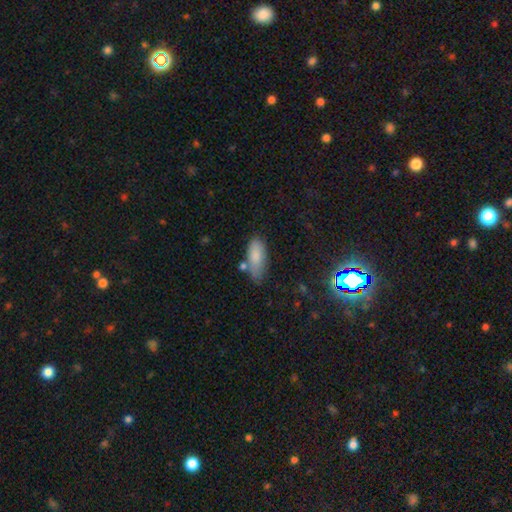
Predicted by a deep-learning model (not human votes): Smooth or featured: smooth — 82% (featured or disk — 10%)
How rounded: in between — 80% (cigar-shaped — 17%)
Merging: none — 57% (minor disturbance — 26%)